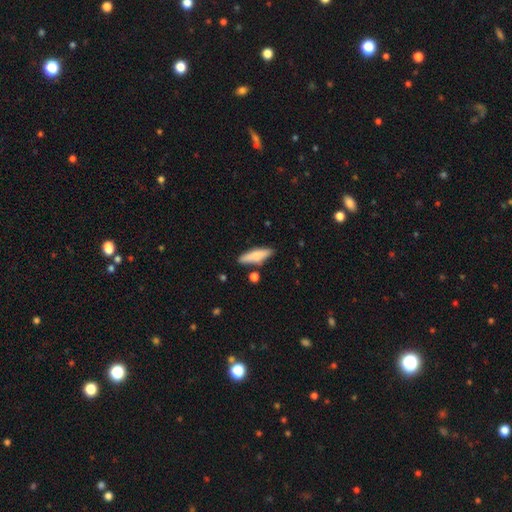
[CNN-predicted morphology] Overall: smooth (78%). How rounded: cigar-shaped (67%; in between 31%). Merging: none (79%).